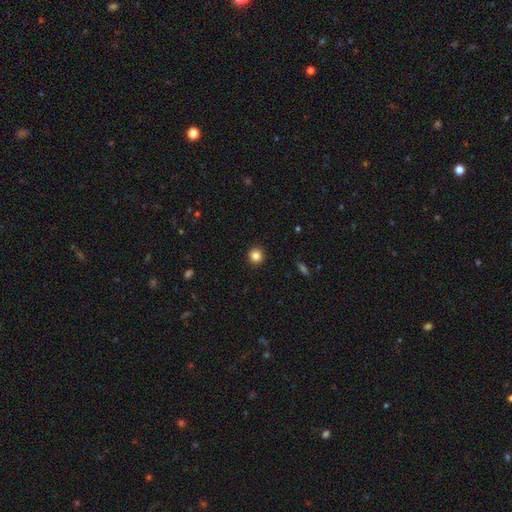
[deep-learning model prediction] This is clearly a smooth galaxy (85%). How rounded: clearly round (95%). Merging: clearly none (93%).